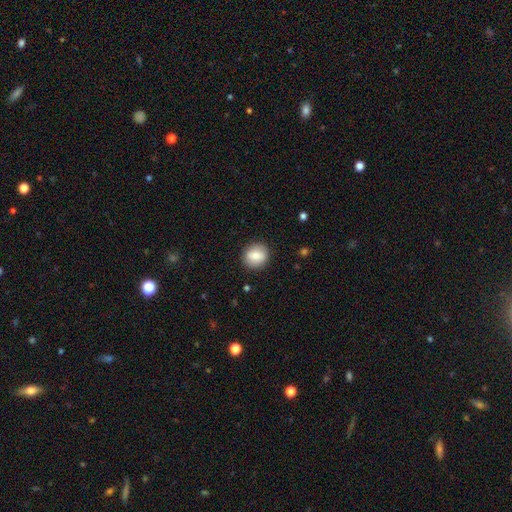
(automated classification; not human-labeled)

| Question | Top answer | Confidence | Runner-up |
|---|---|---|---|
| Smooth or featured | smooth | 82% | featured or disk (11%) |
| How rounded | round | 79% | in between (20%) |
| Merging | none | 88% | minor disturbance (9%) |